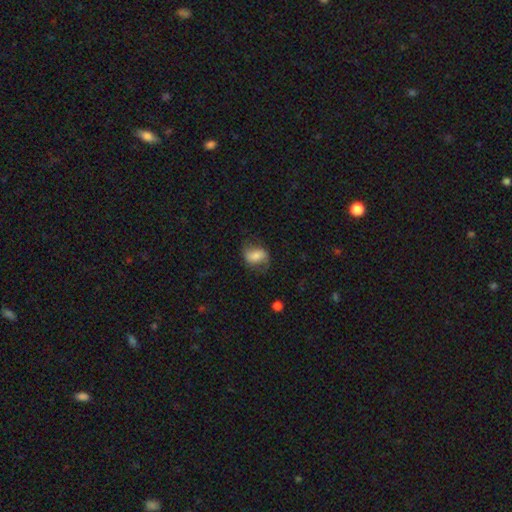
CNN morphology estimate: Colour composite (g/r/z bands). It shows a smooth galaxy with no disk features (59%) that is in between round and cigar-shaped (72%). Merging: none (62%).